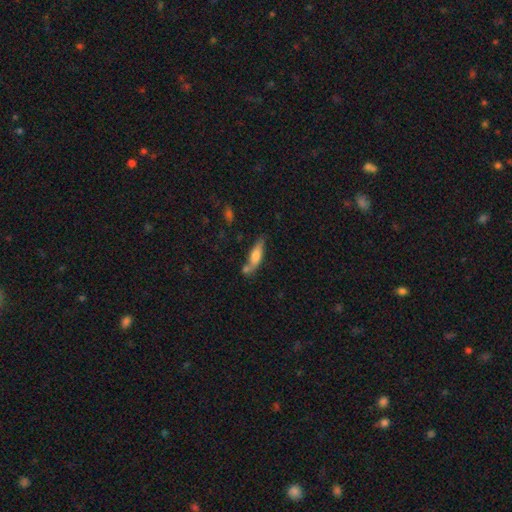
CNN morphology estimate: This appears to be a smooth galaxy with no disk features (64%) that is cigar-shaped (61%). Merging: none (54%).